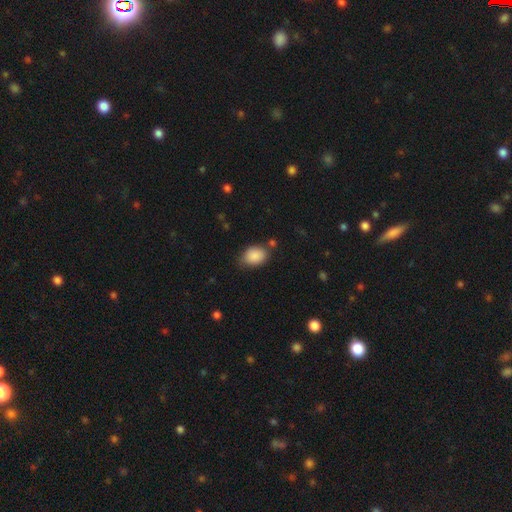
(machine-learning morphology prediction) This is clearly a smooth galaxy (88%). How rounded: likely in between (78%). Merging: likely none (71%).